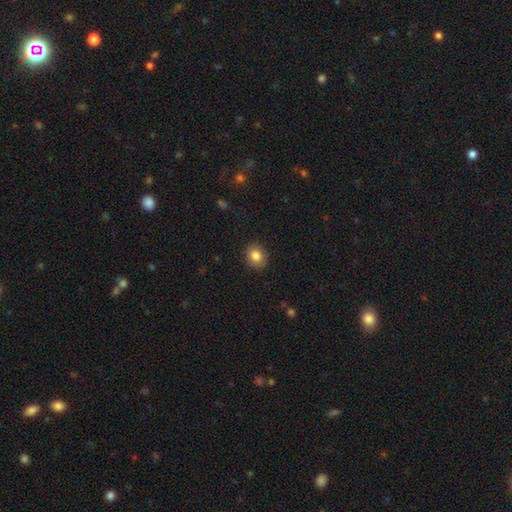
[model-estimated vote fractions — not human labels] A smooth galaxy with no disk features (84%) that is round (59%). Merging: none (89%).